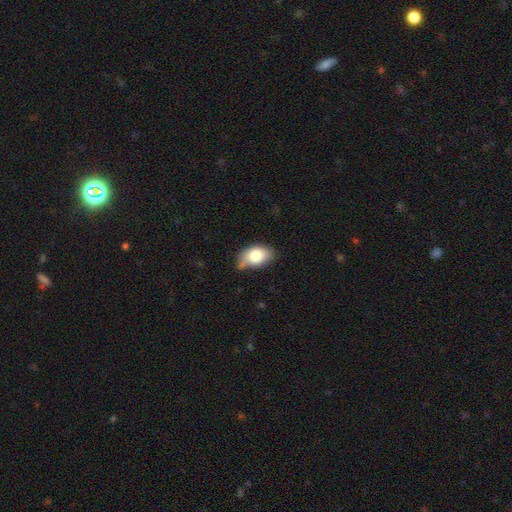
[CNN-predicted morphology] smooth-or-featured: smooth: 81% | featured or disk: 12% | star or artifact: 7%
  how-rounded: in between: 89% | round: 10% | cigar-shaped: 1%
  merging: none: 57% | minor disturbance: 31% | major disturbance: 6% | merger: 6%